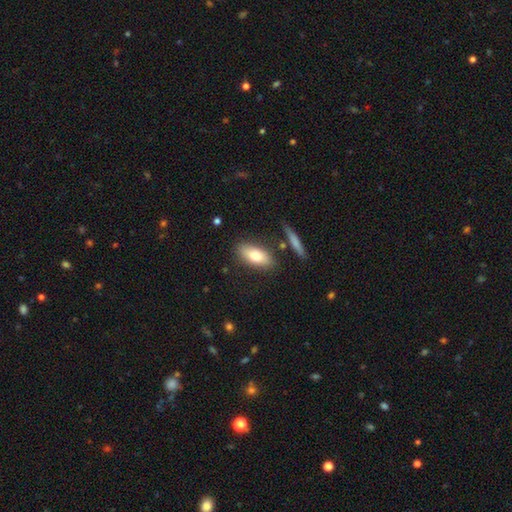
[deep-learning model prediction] This appears to be a smooth galaxy with no disk features (75%) that is in between round and cigar-shaped (83%). Merging: none (80%).